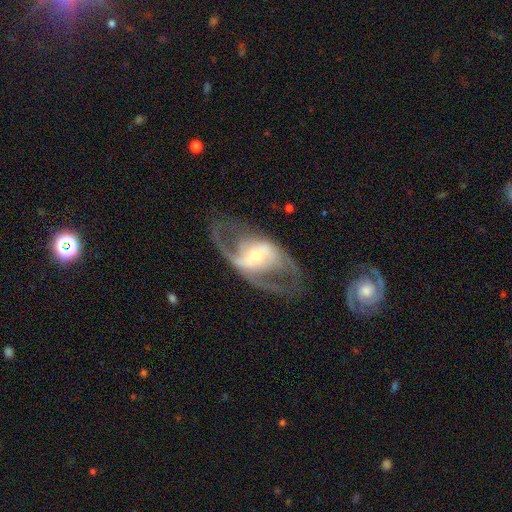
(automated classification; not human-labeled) Q: Smooth or featured?
A: featured or disk (85%); runner-up: smooth (10%)
Q: Edge-on disk?
A: no (94%); runner-up: yes (6%)
Q: Bar?
A: strong (42%); runner-up: weak (35%)
Q: Spiral arms?
A: yes (86%); runner-up: no (14%)
Q: Spiral winding?
A: medium (50%); runner-up: loose (33%)
Q: Spiral arm count?
A: 2 (84%); runner-up: can't tell (8%)
Q: Bulge size?
A: small (46%); runner-up: moderate (43%)
Q: Merging?
A: none (70%); runner-up: major disturbance (14%)